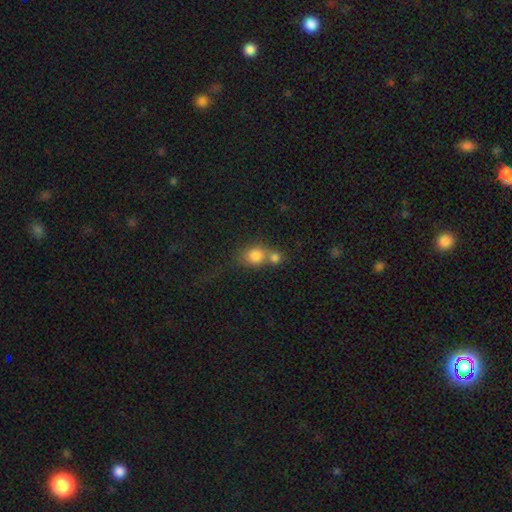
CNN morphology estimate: This is likely a smooth galaxy (80%). How rounded: likely round (71%). Merging: possibly merger (60%).